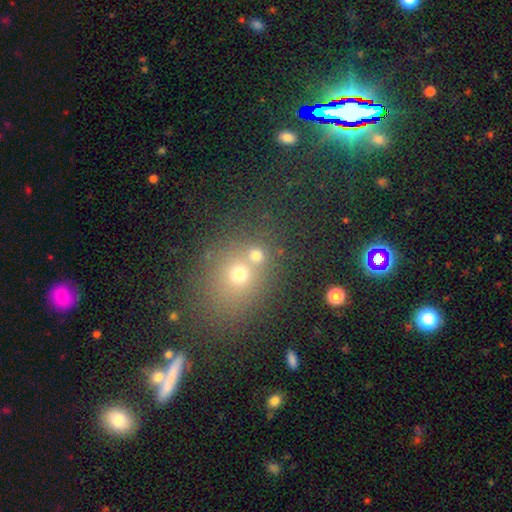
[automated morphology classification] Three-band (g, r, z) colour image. It shows a smooth galaxy with no disk features (66%) that is round (81%). Merging: none (52%).